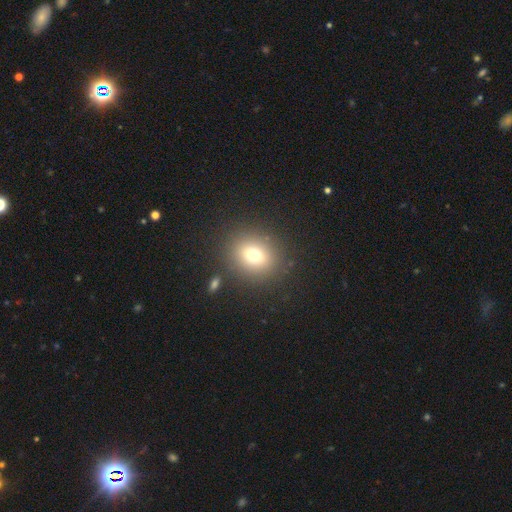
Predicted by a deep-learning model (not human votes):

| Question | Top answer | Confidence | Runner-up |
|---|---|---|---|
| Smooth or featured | smooth | 73% | star or artifact (15%) |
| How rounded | round | 72% | in between (27%) |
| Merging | none | 87% | minor disturbance (7%) |